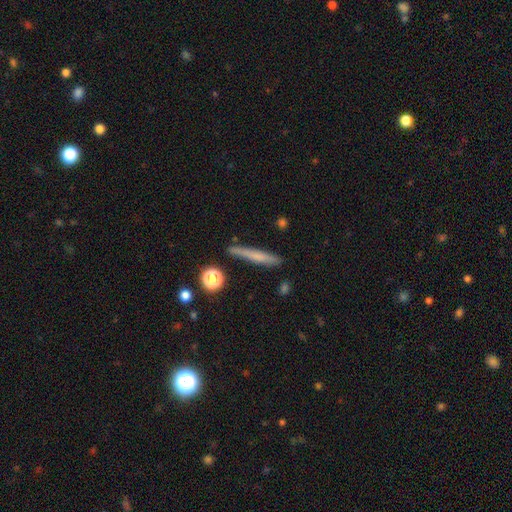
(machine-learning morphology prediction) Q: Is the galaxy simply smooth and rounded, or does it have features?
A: smooth — 61%.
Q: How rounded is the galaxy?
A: cigar-shaped — 93%.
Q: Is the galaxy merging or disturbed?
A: none — 84%.